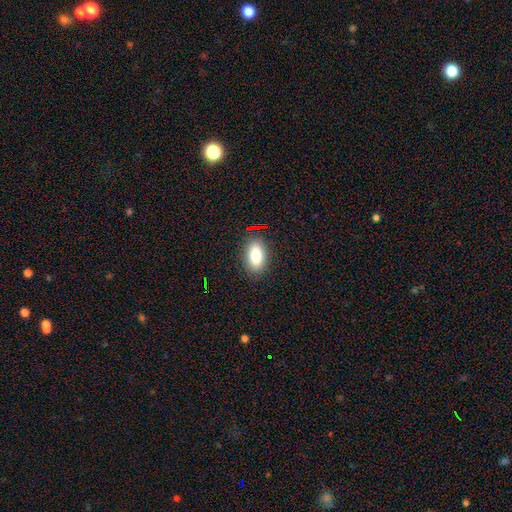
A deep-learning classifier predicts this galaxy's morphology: A smooth galaxy with no disk features (79%) that is in between round and cigar-shaped (88%). Merging: none (85%).